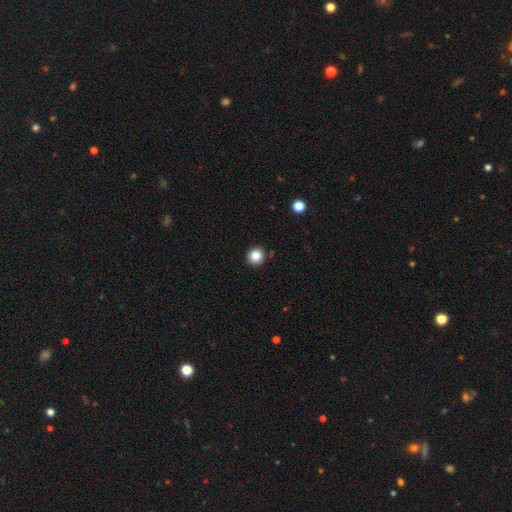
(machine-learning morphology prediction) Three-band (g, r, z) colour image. It shows a smooth galaxy with no disk features (86%) that is round (94%). Merging: none (91%).